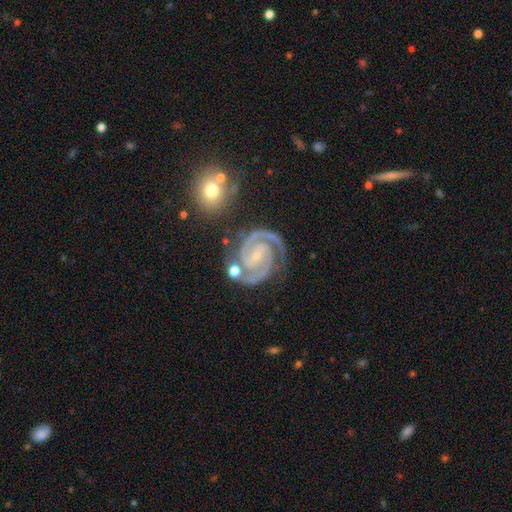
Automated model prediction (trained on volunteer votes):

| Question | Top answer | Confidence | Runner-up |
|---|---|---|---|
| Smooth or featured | featured or disk | 94% | star or artifact (4%) |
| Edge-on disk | no | 98% | yes (2%) |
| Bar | no | 53% | weak (30%) |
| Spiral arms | yes | 99% | no (1%) |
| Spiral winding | tight | 69% | medium (29%) |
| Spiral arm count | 2 | 88% | 3 (7%) |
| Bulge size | small | 81% | moderate (13%) |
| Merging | none | 75% | minor disturbance (15%) |